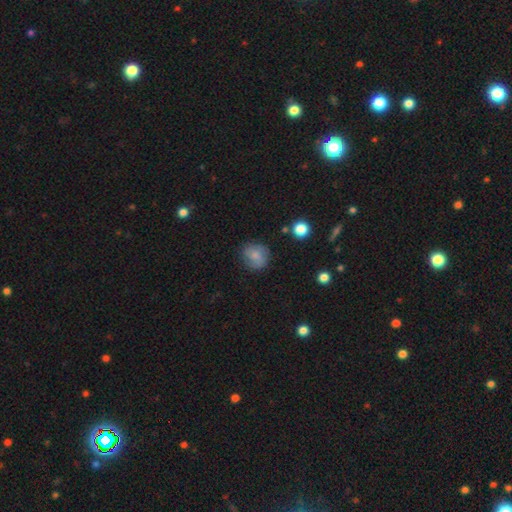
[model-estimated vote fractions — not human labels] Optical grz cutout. It shows a smooth galaxy with no disk features (75%) that is round (79%). Merging: none (71%).